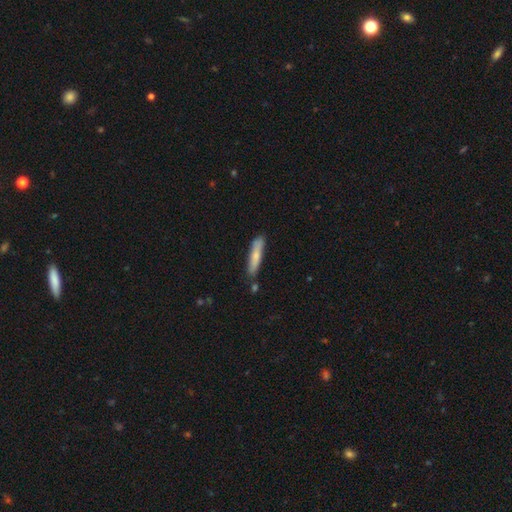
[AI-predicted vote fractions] The model was most divided on "smooth or featured": smooth: 70%, featured or disk: 24%, star or artifact: 5%. More confident: how rounded — cigar-shaped (88%); merging — none (80%).